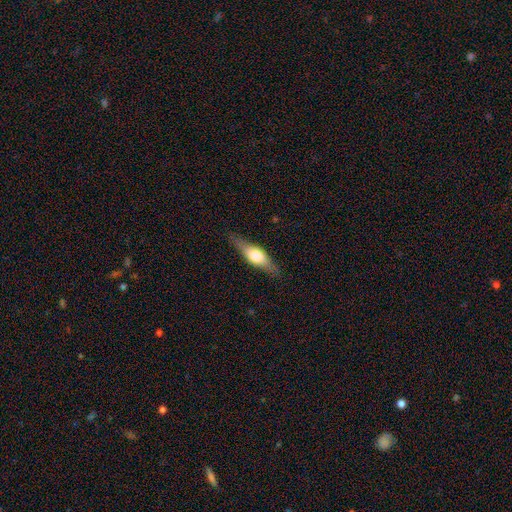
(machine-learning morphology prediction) The model was most divided on "smooth or featured": featured or disk: 55%, smooth: 39%, star or artifact: 6%. More confident: edge-on disk — yes (92%); edge-on bulge — rounded (90%); merging — none (84%).